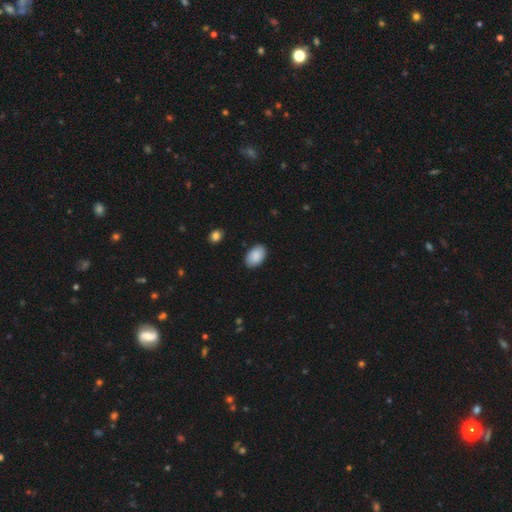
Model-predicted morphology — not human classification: This is clearly a smooth galaxy (90%). How rounded: clearly in between (92%). Merging: clearly none (87%).